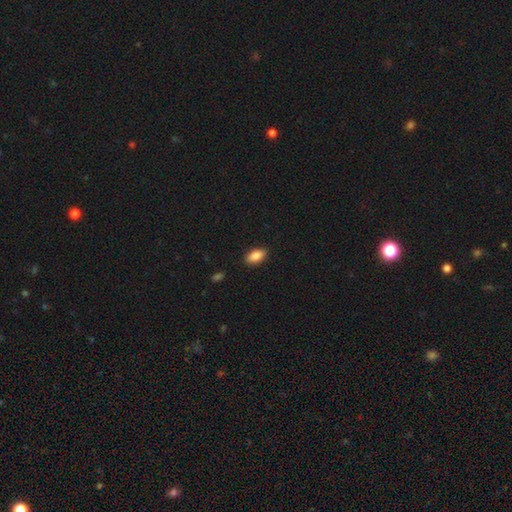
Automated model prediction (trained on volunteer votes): Smooth or featured? smooth (88%)
How rounded? in between (91%)
Merging? none (89%)